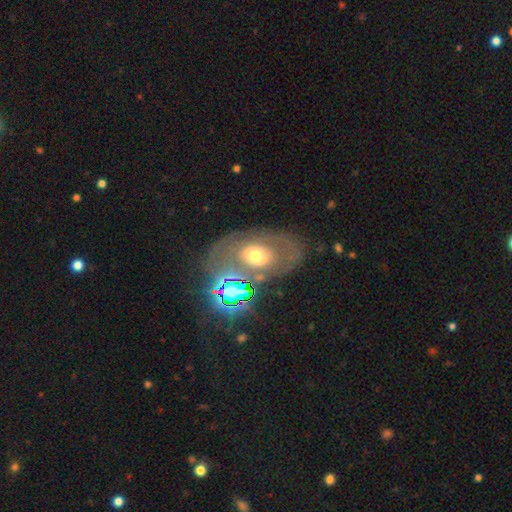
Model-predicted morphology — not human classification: This is possibly a featured or disk galaxy (54%). It is clearly not viewed edge-on (92%). Merging: likely none (63%).